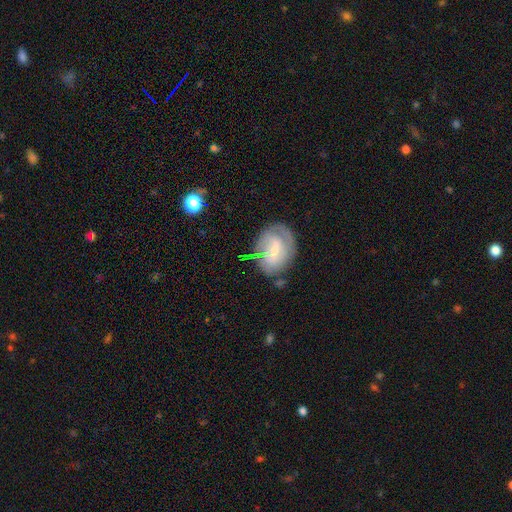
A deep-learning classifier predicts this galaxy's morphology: type=featured or disk (59%); edge-on=no (96%); bar=weak (49%); spiral arms=yes (71%); bulge=small (63%); merging=none (58%).